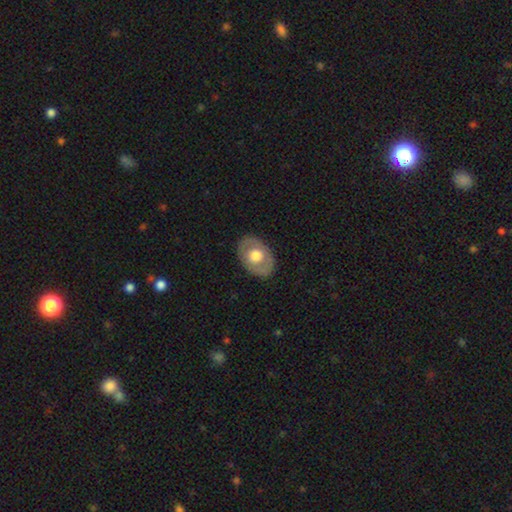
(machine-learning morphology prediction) smooth-or-featured: smooth: 51% | featured or disk: 43% | star or artifact: 5%
  how-rounded: in between: 73% | round: 26% | cigar-shaped: 1%
  merging: none: 83% | minor disturbance: 12% | major disturbance: 4% | merger: 1%